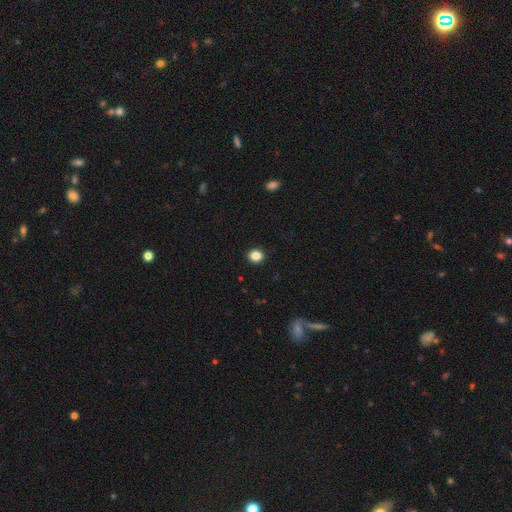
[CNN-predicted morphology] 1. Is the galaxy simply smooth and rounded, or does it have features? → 86% smooth, 10% star or artifact, 4% featured or disk.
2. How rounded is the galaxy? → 77% round, 23% in between, 1% cigar-shaped.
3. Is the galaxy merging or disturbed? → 92% none, 5% minor disturbance, 2% major disturbance, 1% merger.